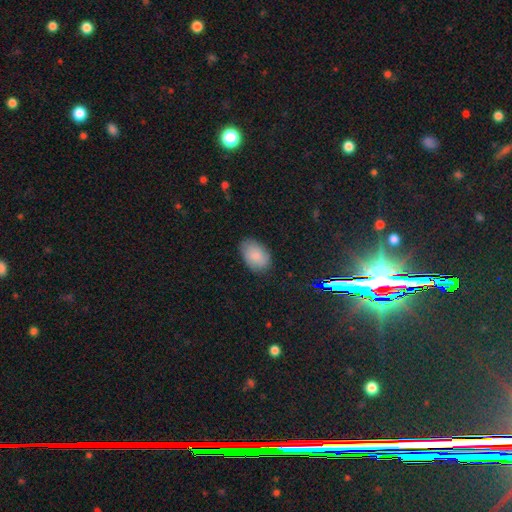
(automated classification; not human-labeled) A smooth galaxy with no disk features (80%) that is in between round and cigar-shaped (89%). Merging: none (79%).